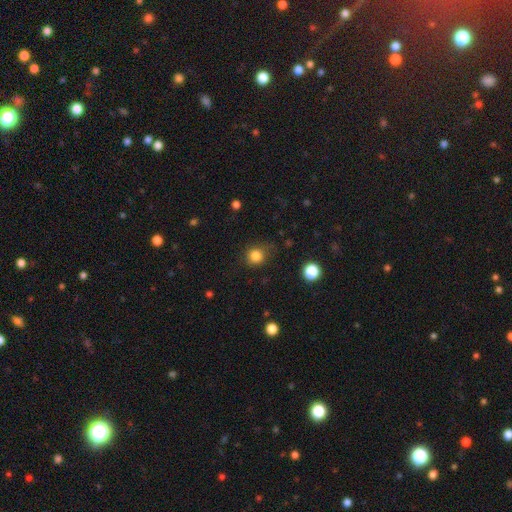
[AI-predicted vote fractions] Smooth or featured? smooth (83%)
How rounded? round (84%)
Merging? none (73%)